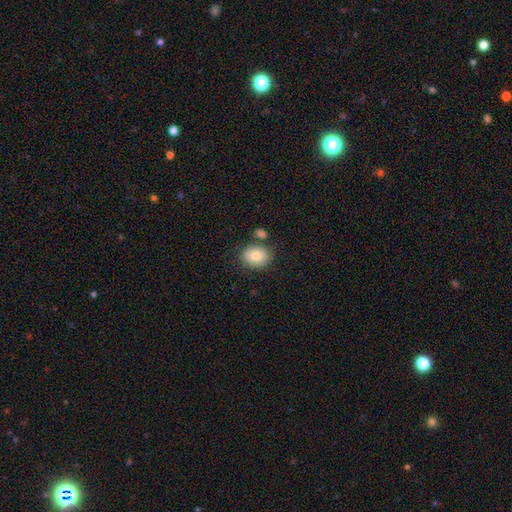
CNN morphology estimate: A smooth galaxy with no disk features (82%) that is round (52%).

Vote fractions:
- Smooth or featured? smooth: 82% / featured or disk: 10% / star or artifact: 8%
- How rounded? round: 52% / in between: 47% / cigar-shaped: 1%
- Merging? none: 73% / minor disturbance: 13% / merger: 11% / major disturbance: 3%